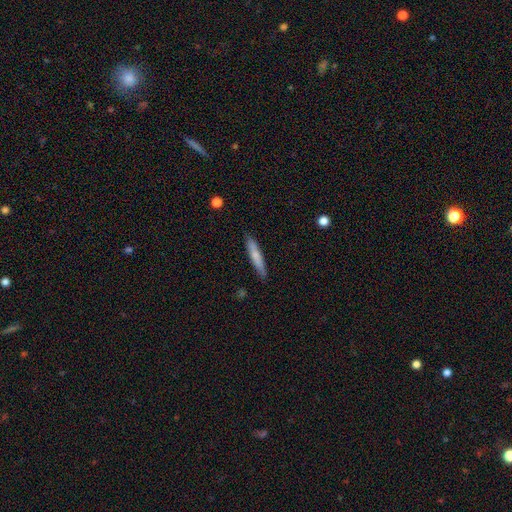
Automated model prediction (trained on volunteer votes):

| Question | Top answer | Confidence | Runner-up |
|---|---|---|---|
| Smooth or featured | smooth | 69% | featured or disk (26%) |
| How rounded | cigar-shaped | 92% | in between (7%) |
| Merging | none | 87% | minor disturbance (10%) |